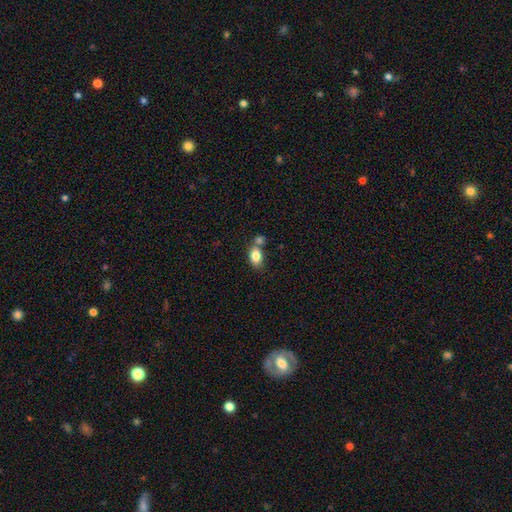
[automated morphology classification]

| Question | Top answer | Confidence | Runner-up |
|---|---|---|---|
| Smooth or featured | smooth | 83% | featured or disk (9%) |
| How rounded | in between | 83% | round (15%) |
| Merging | none | 50% | merger (34%) |